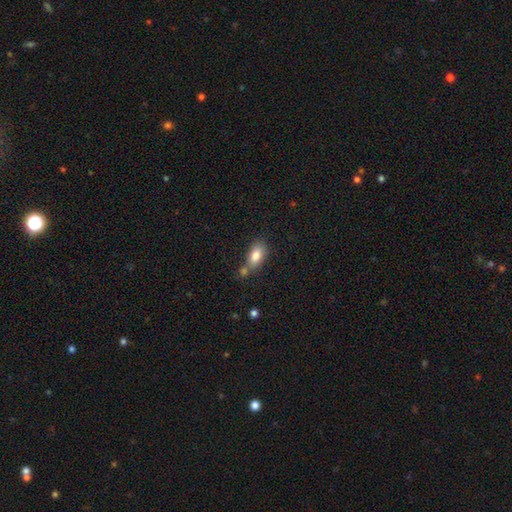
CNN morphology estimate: Smooth or featured: smooth — 81% (featured or disk — 11%)
How rounded: in between — 88% (round — 8%)
Merging: none — 52% (merger — 27%)